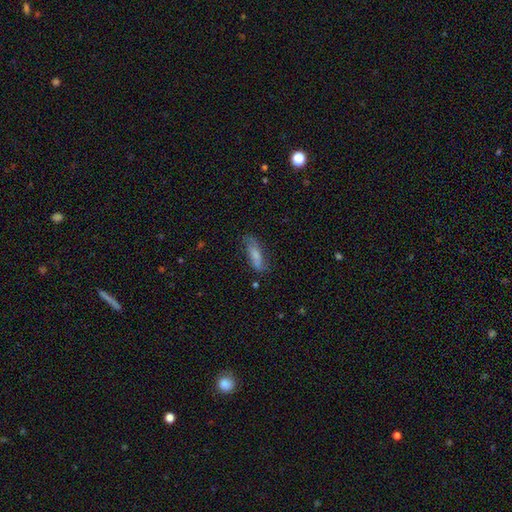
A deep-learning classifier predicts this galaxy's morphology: This is likely a smooth galaxy (67%). How rounded: possibly cigar-shaped (52%). Merging: likely none (65%).